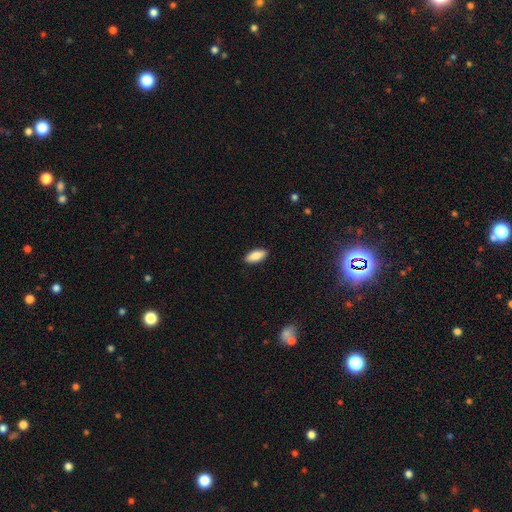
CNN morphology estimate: Smooth or featured? smooth (86%)
How rounded? in between (82%)
Merging? none (90%)